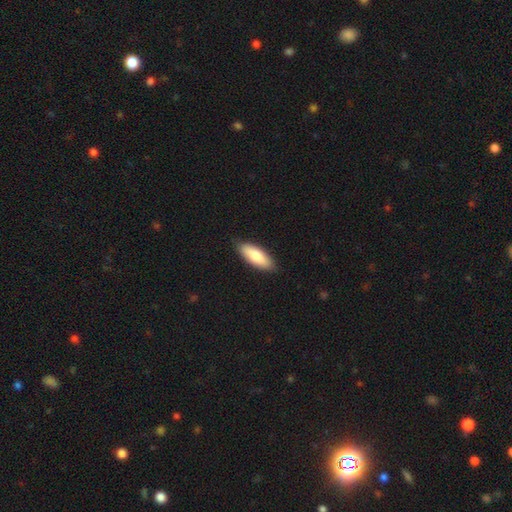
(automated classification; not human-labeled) This is clearly a smooth galaxy (81%). How rounded: likely in between (69%). Merging: clearly none (87%).